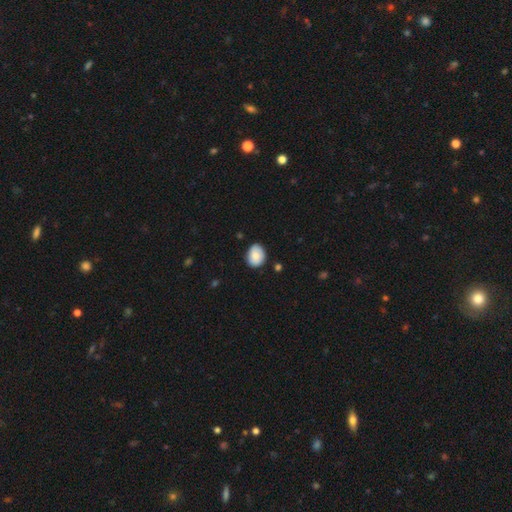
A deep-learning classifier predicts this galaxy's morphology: smooth_or_featured: smooth (p=0.82) [alt: featured or disk p=0.11]
how_rounded: in between (p=0.54) [alt: round p=0.45]
merging: none (p=0.80) [alt: minor disturbance p=0.15]